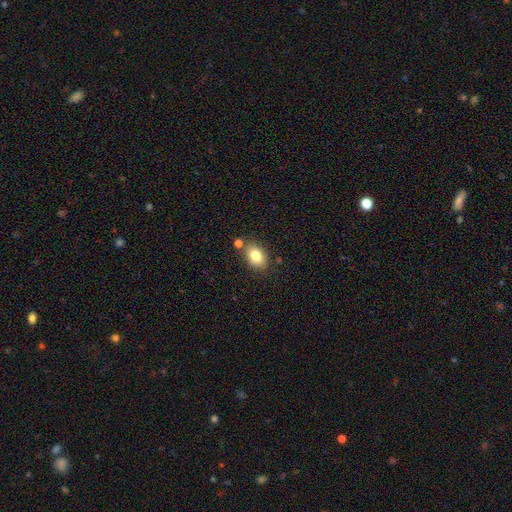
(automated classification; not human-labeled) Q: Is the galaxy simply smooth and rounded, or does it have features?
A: smooth — 81%.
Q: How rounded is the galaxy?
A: in between — 83%.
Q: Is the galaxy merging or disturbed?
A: none — 75%.